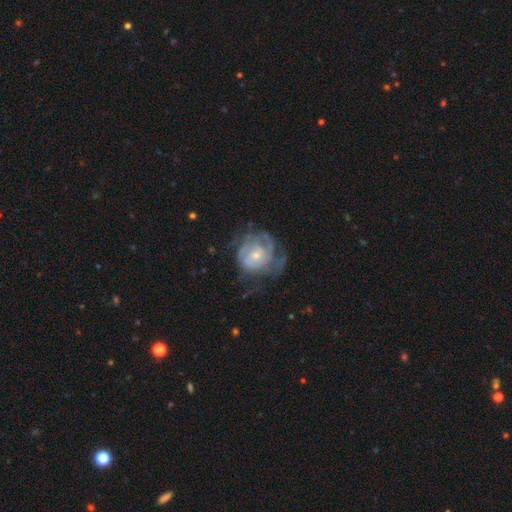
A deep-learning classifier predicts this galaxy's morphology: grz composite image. It shows a featured or disk galaxy (70%) with no bar (76%), tight (58%) spiral arms (74%) and a small central bulge (59%). Merging: none (45%).